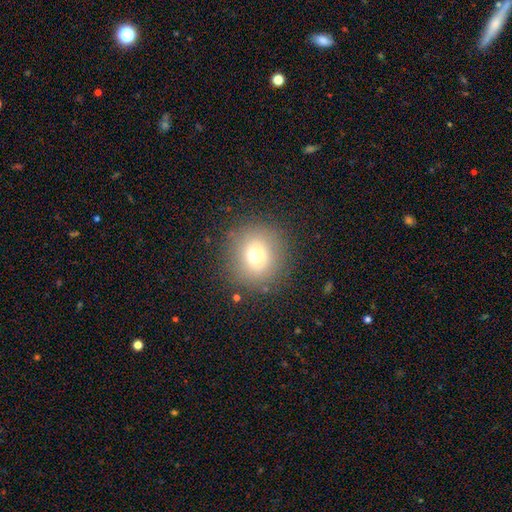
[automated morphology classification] This is likely a smooth galaxy (71%). How rounded: clearly round (92%). Merging: clearly none (86%).